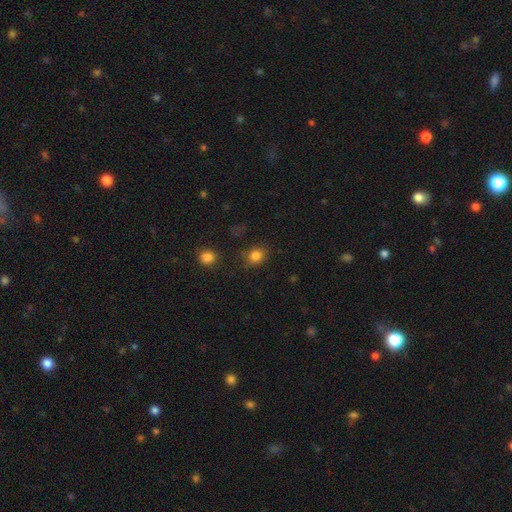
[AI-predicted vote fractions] Q: Smooth or featured?
A: smooth (81%); runner-up: star or artifact (13%)
Q: How rounded?
A: round (70%); runner-up: in between (29%)
Q: Merging?
A: none (79%); runner-up: minor disturbance (13%)